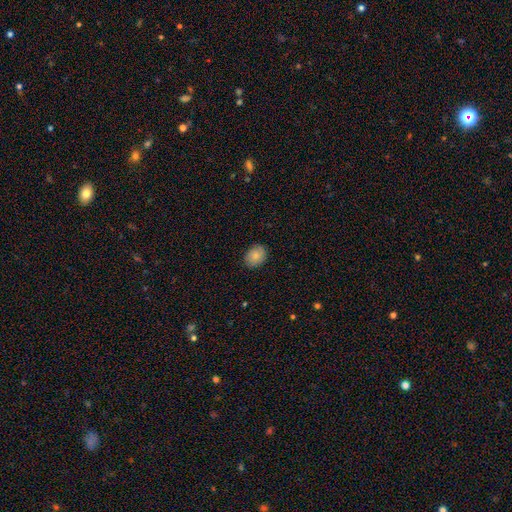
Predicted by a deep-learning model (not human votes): This appears to be a smooth galaxy with no disk features (82%) that is in between round and cigar-shaped (58%). Merging: none (86%).